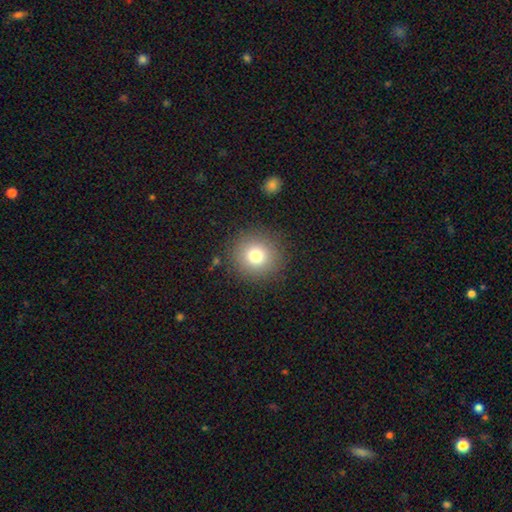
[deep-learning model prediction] Smooth or featured: smooth — 77% (star or artifact — 13%)
How rounded: round — 93% (in between — 6%)
Merging: none — 88% (minor disturbance — 7%)